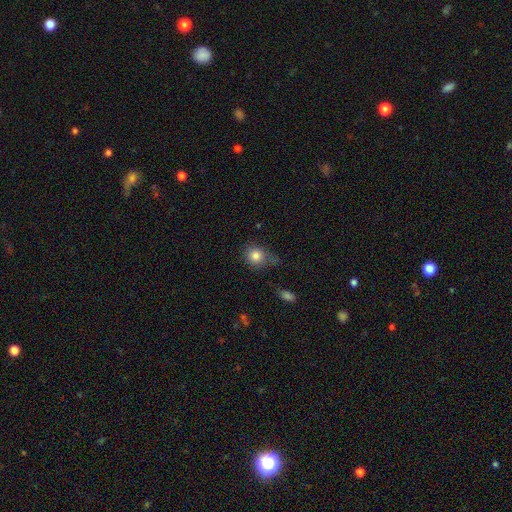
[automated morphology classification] Smooth or featured? smooth (82%)
How rounded? round (76%)
Merging? none (59%)